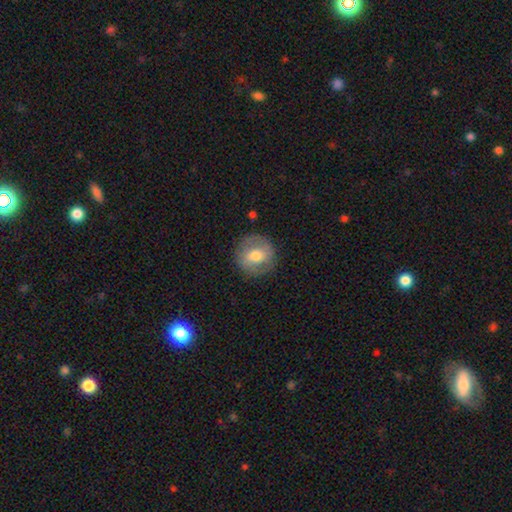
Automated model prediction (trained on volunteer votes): Smooth or featured?
  - smooth: 56% *
  - featured or disk: 36%
  - star or artifact: 7%
How rounded?
  - round: 91% *
  - in between: 8%
  - cigar-shaped: 1%
Merging?
  - none: 85% *
  - minor disturbance: 10%
  - major disturbance: 4%
  - merger: 1%